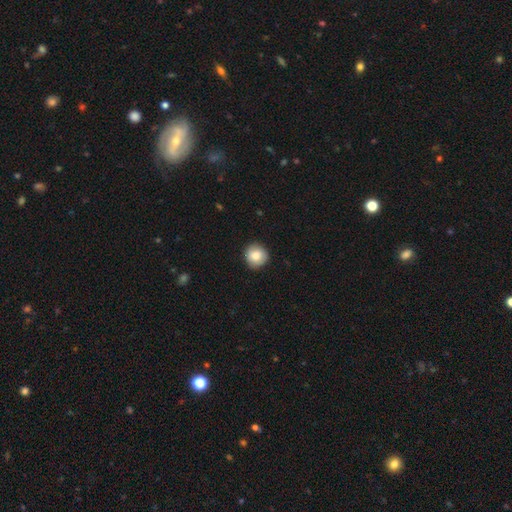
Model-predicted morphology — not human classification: A smooth galaxy with no disk features (83%) that is round (92%).

Vote fractions:
- Smooth or featured? smooth: 83% / featured or disk: 9% / star or artifact: 8%
- How rounded? round: 92% / in between: 7% / cigar-shaped: 1%
- Merging? none: 85% / minor disturbance: 11% / major disturbance: 2% / merger: 1%